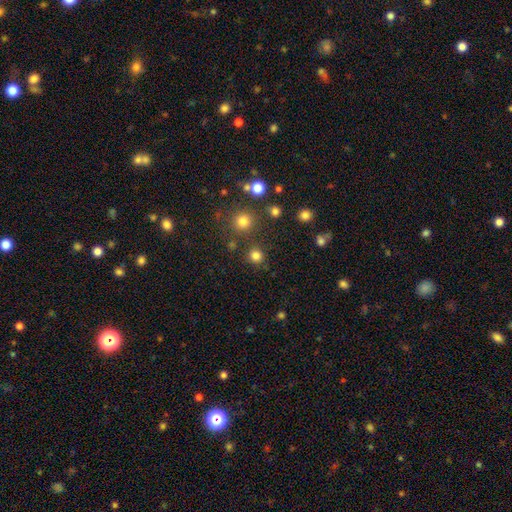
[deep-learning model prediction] Overall: smooth (80%). How rounded: round (93%). Merging: none (85%).